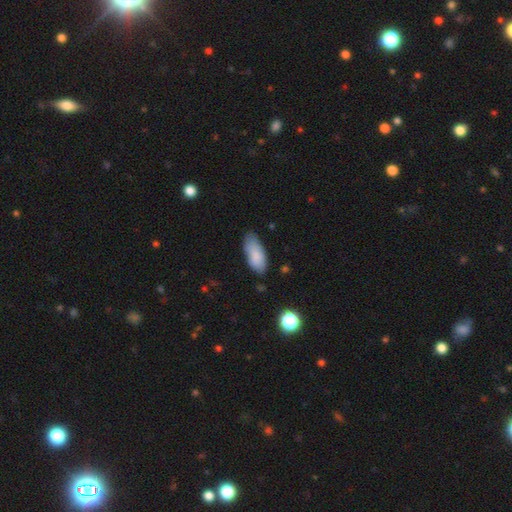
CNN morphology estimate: Overall: smooth (85%). How rounded: in between (85%). Merging: none (65%; minor disturbance 28%).